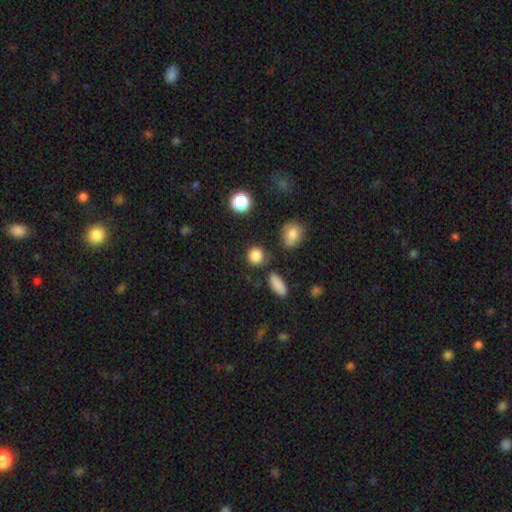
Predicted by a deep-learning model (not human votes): smooth_or_featured: smooth (p=0.84) [alt: star or artifact p=0.12]
how_rounded: round (p=0.86) [alt: in between p=0.13]
merging: none (p=0.79) [alt: minor disturbance p=0.11]